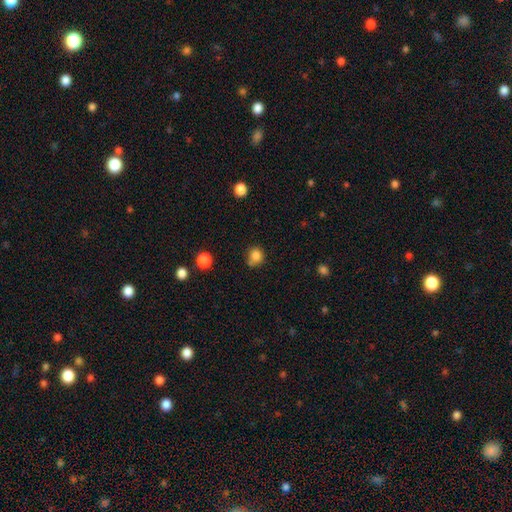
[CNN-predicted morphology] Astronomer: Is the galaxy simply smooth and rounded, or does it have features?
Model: smooth — 83%.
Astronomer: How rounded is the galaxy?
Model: round — 81%.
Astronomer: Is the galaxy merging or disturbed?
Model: none — 61%.